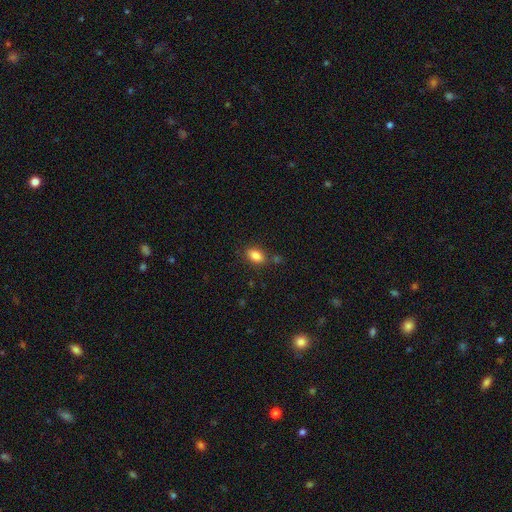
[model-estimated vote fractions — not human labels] A smooth galaxy with no disk features (84%) that is in between round and cigar-shaped (87%). Merging: none (76%).